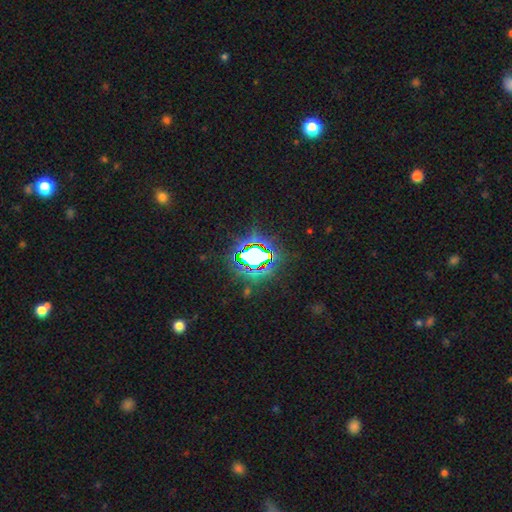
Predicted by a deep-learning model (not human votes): The model was most divided on "smooth or featured": star or artifact: 73%, smooth: 17%, featured or disk: 11%.